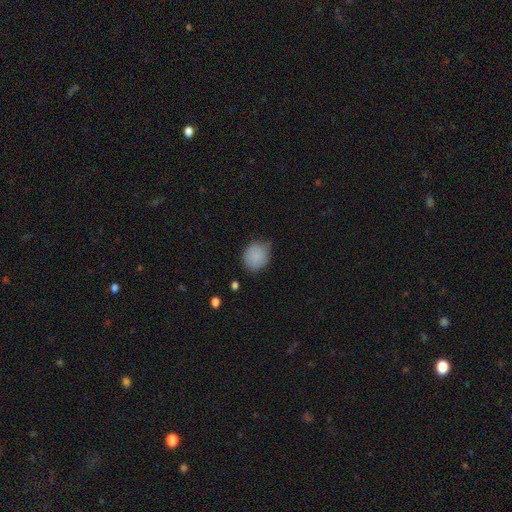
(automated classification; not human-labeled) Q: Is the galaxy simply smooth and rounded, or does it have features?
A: smooth — 85%.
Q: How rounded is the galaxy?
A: round — 67%.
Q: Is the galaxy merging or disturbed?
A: none — 57%.